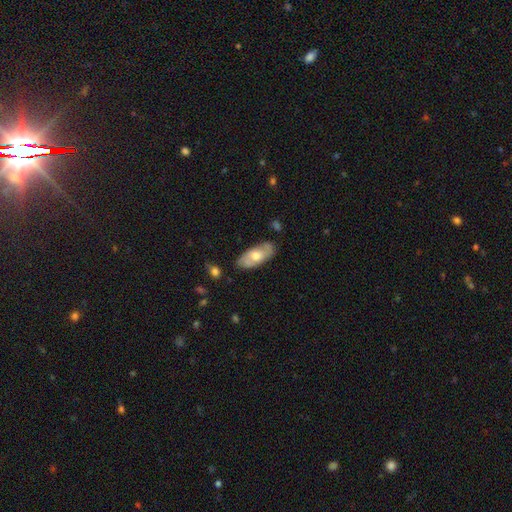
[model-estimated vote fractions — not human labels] smooth 49%, featured or disk 46%, star or artifact 5%. Down the decision tree: merging — none (77%).